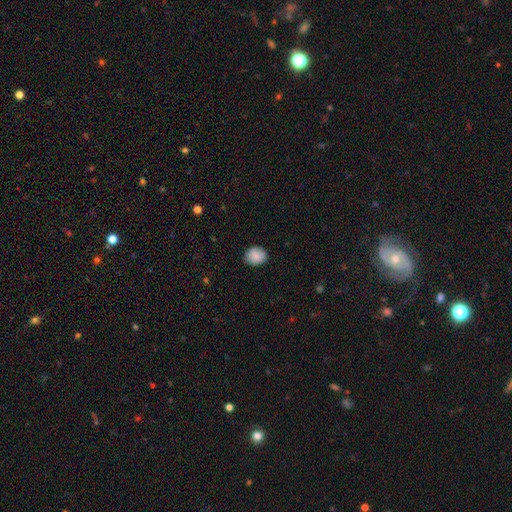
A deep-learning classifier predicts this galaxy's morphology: smooth-or-featured: smooth: 87% | star or artifact: 8% | featured or disk: 5%
  how-rounded: round: 59% | in between: 40% | cigar-shaped: 1%
  merging: none: 86% | minor disturbance: 11% | major disturbance: 2% | merger: 1%